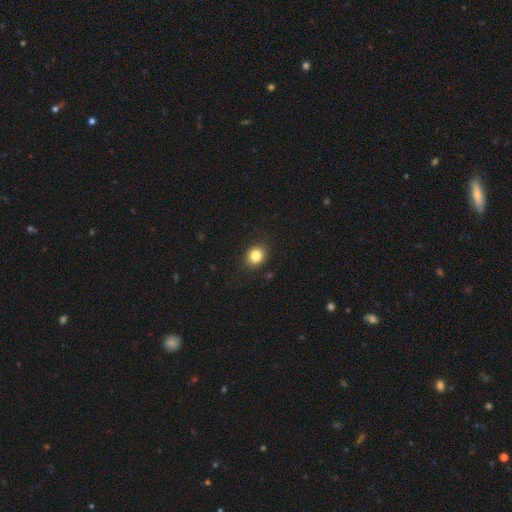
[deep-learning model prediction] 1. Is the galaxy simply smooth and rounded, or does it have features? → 83% smooth, 11% star or artifact, 6% featured or disk.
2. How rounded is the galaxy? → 70% round, 29% in between, 1% cigar-shaped.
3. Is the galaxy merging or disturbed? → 87% none, 9% minor disturbance, 2% major disturbance, 1% merger.